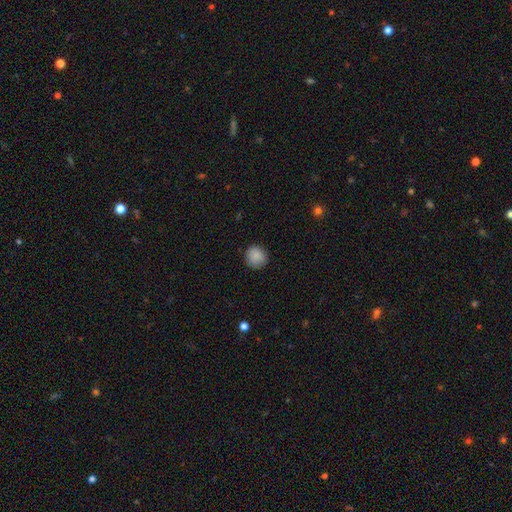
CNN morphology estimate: type=smooth (87%); roundness=round (89%); merging=none (86%).